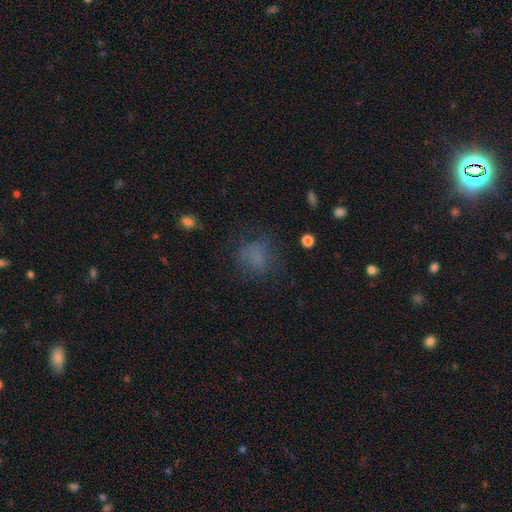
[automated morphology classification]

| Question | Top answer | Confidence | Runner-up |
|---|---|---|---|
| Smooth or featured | smooth | 65% | star or artifact (19%) |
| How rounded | round | 66% | in between (33%) |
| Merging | none | 60% | minor disturbance (20%) |